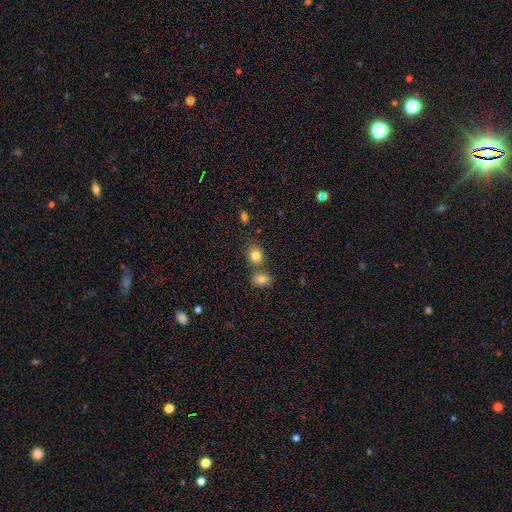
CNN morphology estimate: The model was most divided on "merging": none: 60%, merger: 27%, minor disturbance: 10%, major disturbance: 3%. More confident: smooth or featured — smooth (82%); how rounded — round (68%).